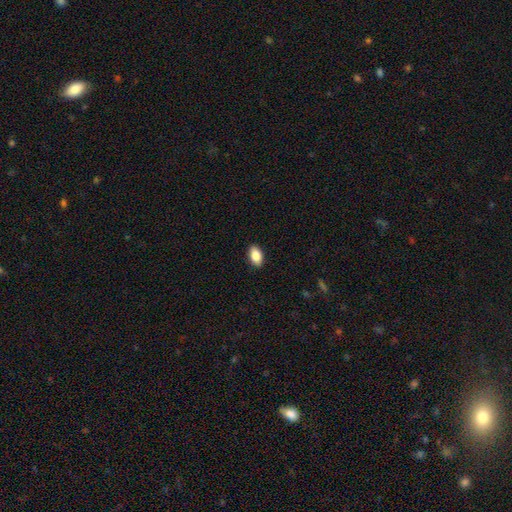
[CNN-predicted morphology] Smooth or featured? smooth (86%)
How rounded? in between (92%)
Merging? none (90%)